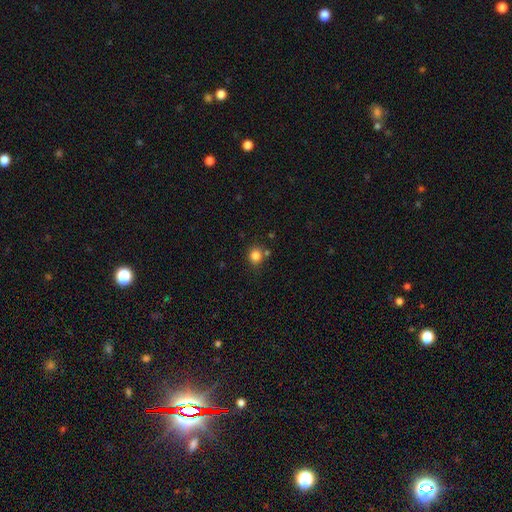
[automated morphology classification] Q: Smooth or featured?
A: smooth (82%); runner-up: star or artifact (12%)
Q: How rounded?
A: round (82%); runner-up: in between (17%)
Q: Merging?
A: none (75%); runner-up: minor disturbance (11%)